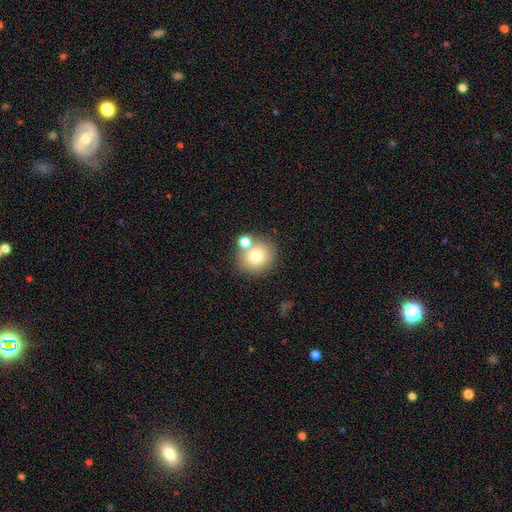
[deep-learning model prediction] Smooth or featured? Predicted: smooth (p=0.75). How rounded? Predicted: round (p=0.85). Merging? Predicted: none (p=0.67).